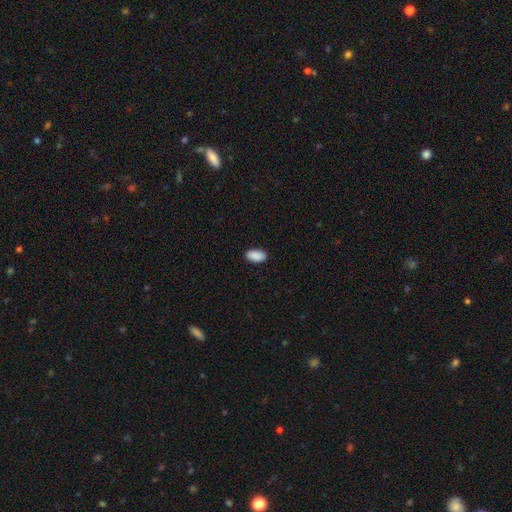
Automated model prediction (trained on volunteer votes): Q: Smooth or featured?
A: smooth (91%); runner-up: star or artifact (6%)
Q: How rounded?
A: in between (94%); runner-up: cigar-shaped (3%)
Q: Merging?
A: none (89%); runner-up: minor disturbance (8%)